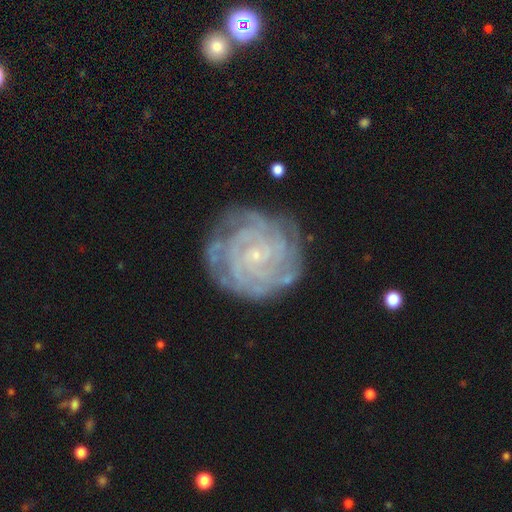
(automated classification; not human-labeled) Smooth or featured? featured or disk (87%)
Edge-on disk? no (98%)
Bar? no (72%)
Spiral arms? yes (97%)
Spiral winding? tight (84%)
Spiral arm count? 4 (27%)
Bulge size? small (87%)
Merging? none (79%)